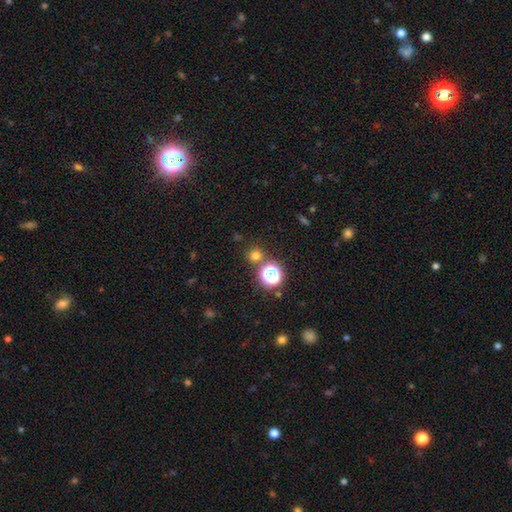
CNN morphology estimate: smooth_or_featured: smooth (p=0.68) [alt: star or artifact p=0.26]
how_rounded: round (p=0.90) [alt: in between p=0.09]
merging: none (p=0.78) [alt: merger p=0.11]